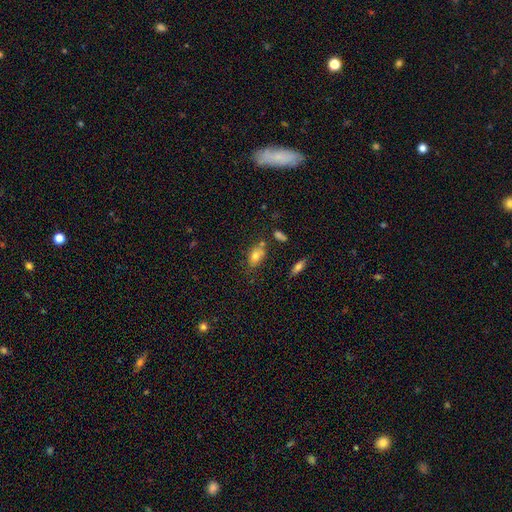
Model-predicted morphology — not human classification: The model was most divided on "merging": none: 59%, minor disturbance: 19%, merger: 17%, major disturbance: 5%. More confident: how rounded — in between (78%); smooth or featured — smooth (73%).